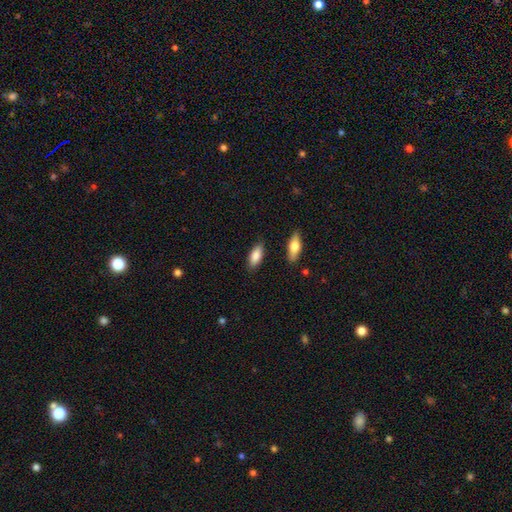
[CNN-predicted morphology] Q: Smooth or featured?
A: smooth (84%); runner-up: featured or disk (10%)
Q: How rounded?
A: in between (81%); runner-up: cigar-shaped (16%)
Q: Merging?
A: none (85%); runner-up: minor disturbance (10%)